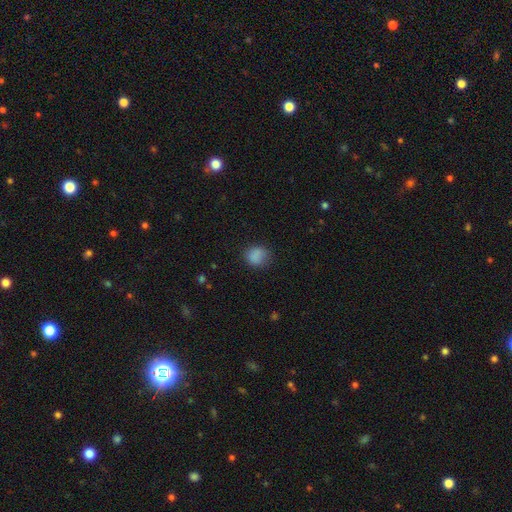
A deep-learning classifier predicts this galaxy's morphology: Overall: smooth (85%). How rounded: round (74%). Merging: none (76%).